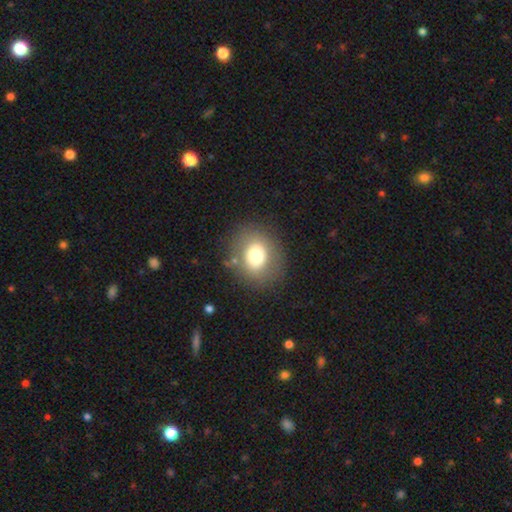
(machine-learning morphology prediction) Smooth or featured?
  - smooth: 72% *
  - featured or disk: 16%
  - star or artifact: 12%
How rounded?
  - round: 66% *
  - in between: 33%
  - cigar-shaped: 1%
Merging?
  - none: 83% *
  - minor disturbance: 10%
  - major disturbance: 5%
  - merger: 2%